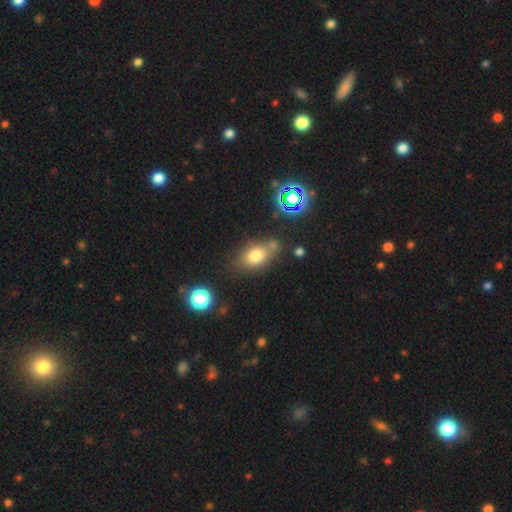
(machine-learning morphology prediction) A smooth galaxy with no disk features (73%) that is in between round and cigar-shaped (73%). Merging: none (57%).